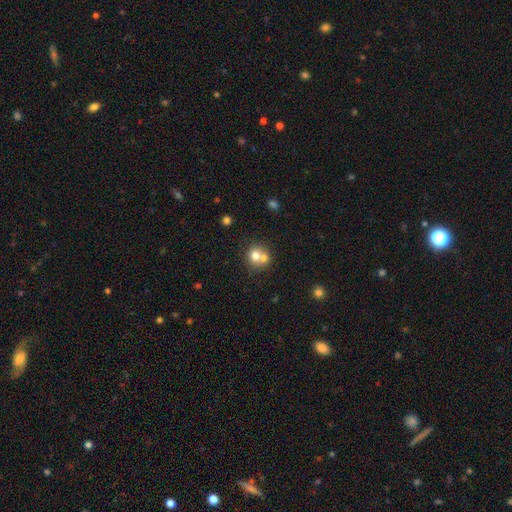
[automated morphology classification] Smooth or featured? smooth (71%)
How rounded? round (83%)
Merging? merger (52%)